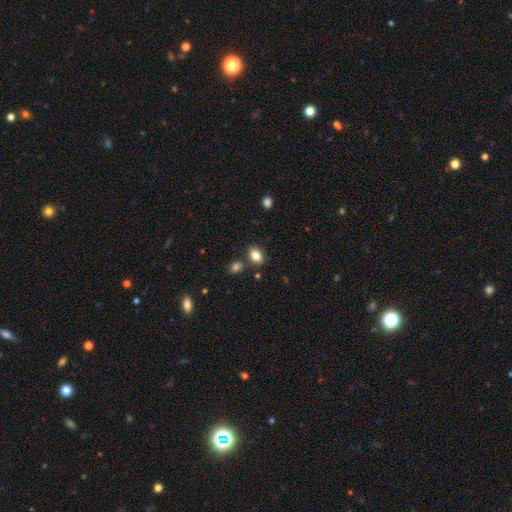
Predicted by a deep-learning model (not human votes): This appears to be a smooth galaxy with no disk features (83%) that is in between round and cigar-shaped (75%). Merging: none (77%).